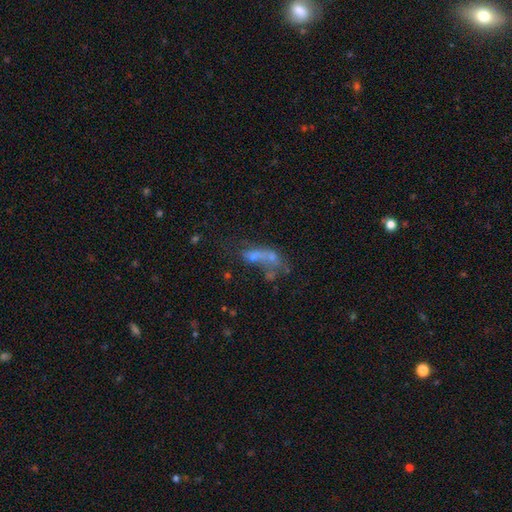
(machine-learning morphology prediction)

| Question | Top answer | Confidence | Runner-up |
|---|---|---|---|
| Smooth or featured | smooth | 39% | featured or disk (38%) |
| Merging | merger | 40% | none (27%) |